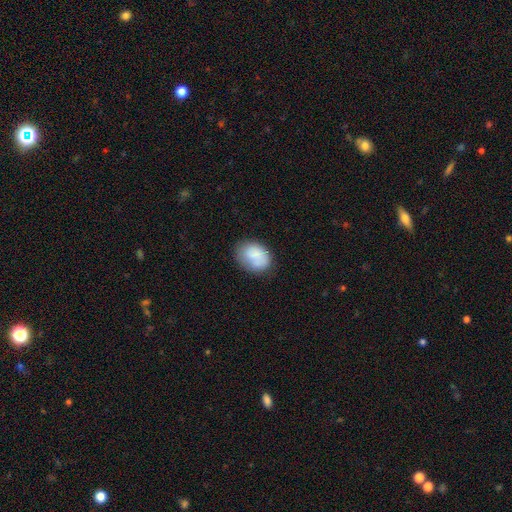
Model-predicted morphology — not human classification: Smooth or featured: smooth — 80% (featured or disk — 13%)
How rounded: in between — 65% (round — 34%)
Merging: none — 64% (minor disturbance — 23%)